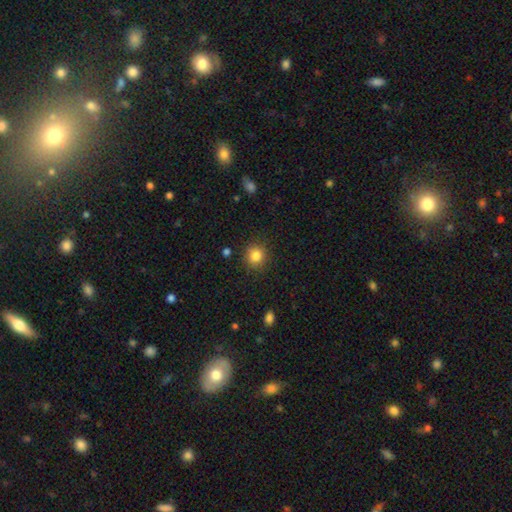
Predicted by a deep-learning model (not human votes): A smooth galaxy with no disk features (84%) that is round (87%). Merging: none (88%).